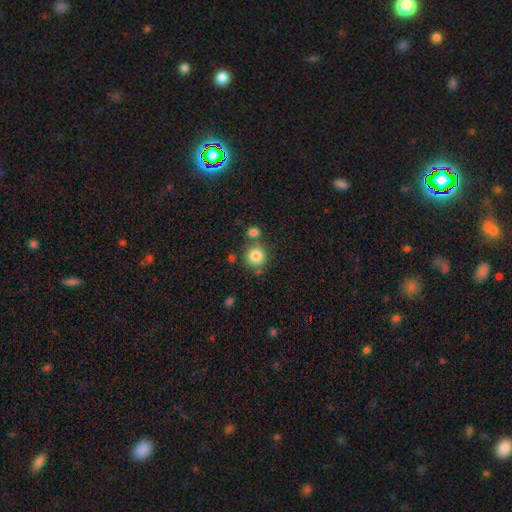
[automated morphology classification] smooth 82%, star or artifact 10%, featured or disk 8%. Down the decision tree: how rounded — round (90%); merging — none (70%).